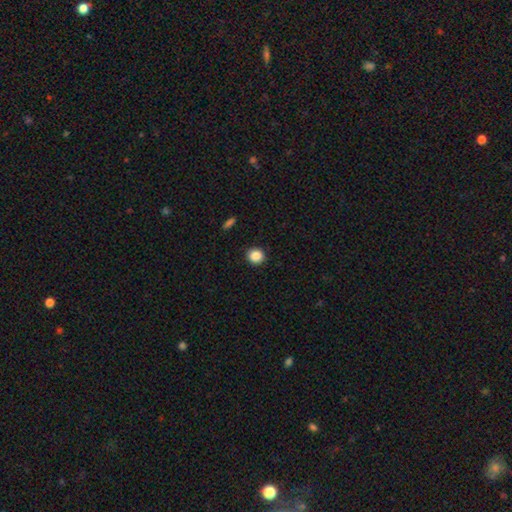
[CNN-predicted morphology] The model was most divided on "smooth or featured": smooth: 87%, star or artifact: 10%, featured or disk: 4%. More confident: merging — none (92%); how rounded — round (89%).